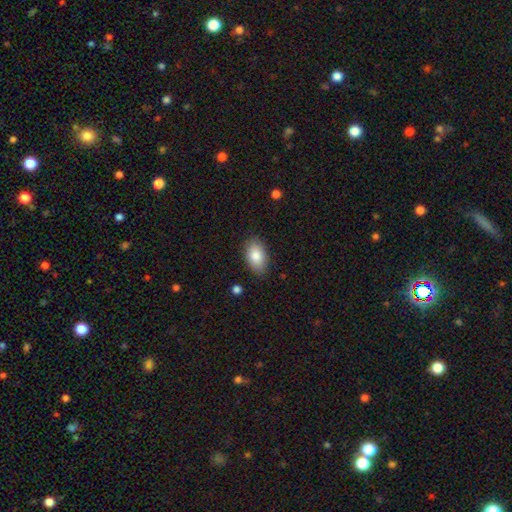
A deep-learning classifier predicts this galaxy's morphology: smooth 84%, featured or disk 9%, star or artifact 7%. Down the decision tree: how rounded — in between (93%); merging — none (85%).